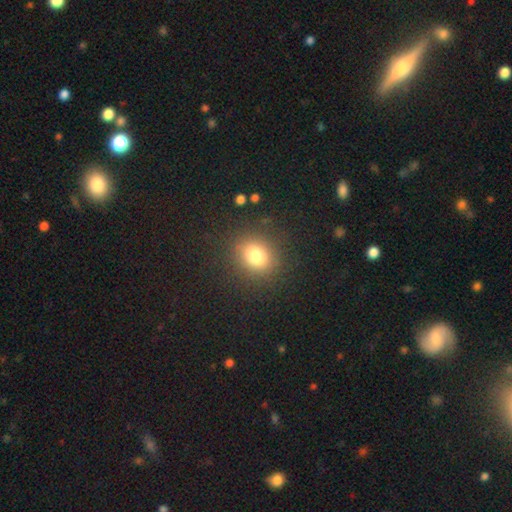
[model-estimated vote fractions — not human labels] Morphology: type=smooth (79%); roundness=round (65%); merging=none (86%).